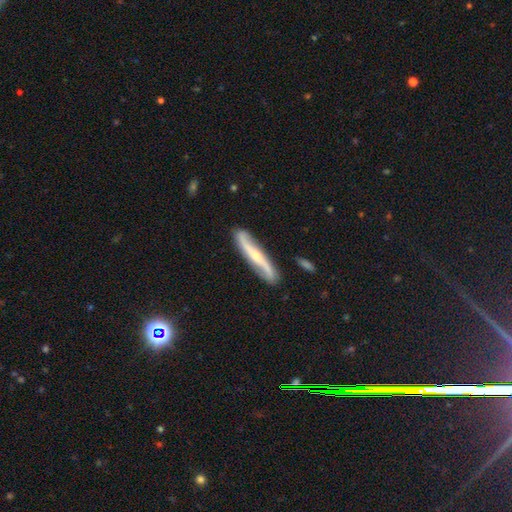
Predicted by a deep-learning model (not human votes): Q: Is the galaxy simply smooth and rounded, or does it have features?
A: featured or disk — 78%.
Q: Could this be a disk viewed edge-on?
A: no — 57%.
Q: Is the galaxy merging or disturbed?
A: none — 85%.